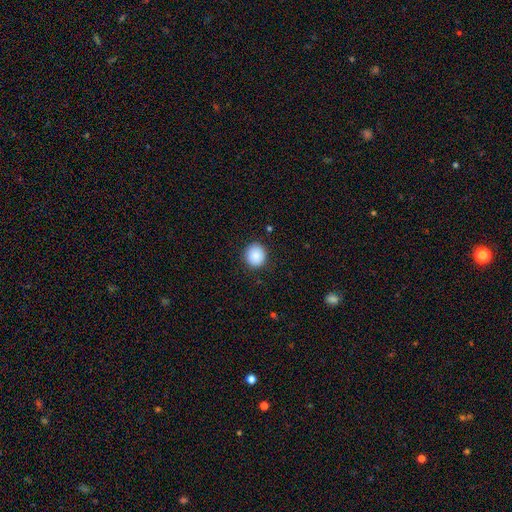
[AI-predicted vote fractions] Morphology: type=smooth (88%); roundness=round (86%); merging=none (90%).